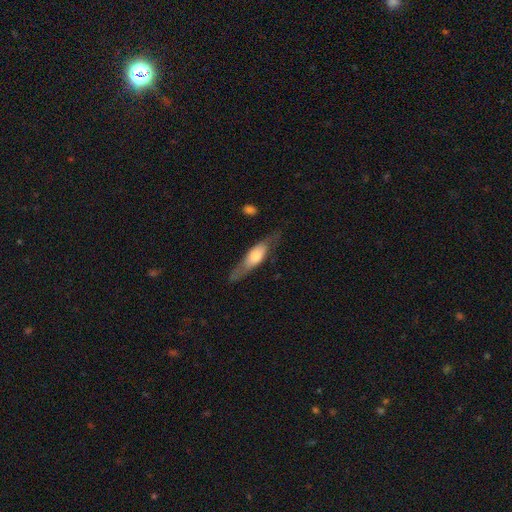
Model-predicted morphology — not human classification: Smooth or featured: featured or disk — 49% (smooth — 45%)
Merging: none — 69% (minor disturbance — 20%)